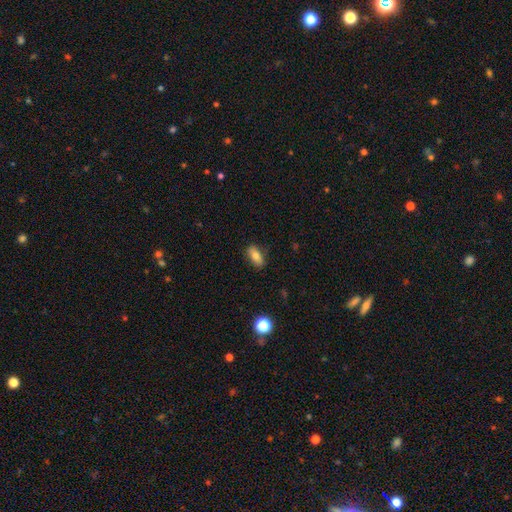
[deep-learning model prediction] Overall: smooth (76%). How rounded: in between (83%). Merging: none (84%).